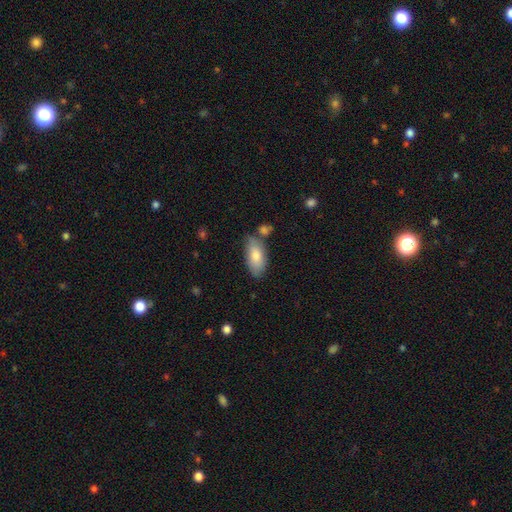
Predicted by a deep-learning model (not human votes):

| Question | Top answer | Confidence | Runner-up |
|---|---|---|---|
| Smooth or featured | smooth | 78% | featured or disk (15%) |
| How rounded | in between | 89% | cigar-shaped (9%) |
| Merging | none | 69% | minor disturbance (18%) |